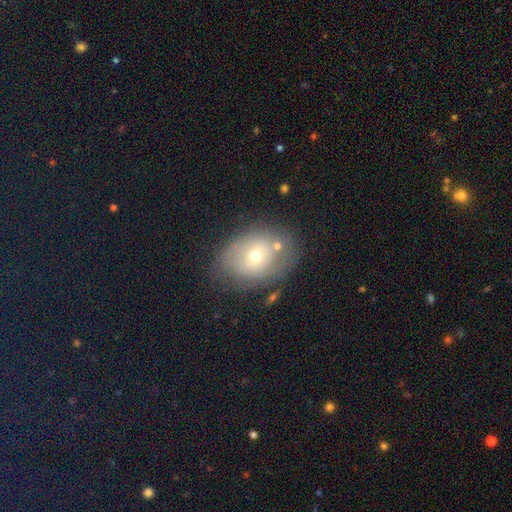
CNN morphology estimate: Smooth or featured? Predicted: smooth (p=0.49). Merging? Predicted: none (p=0.65).